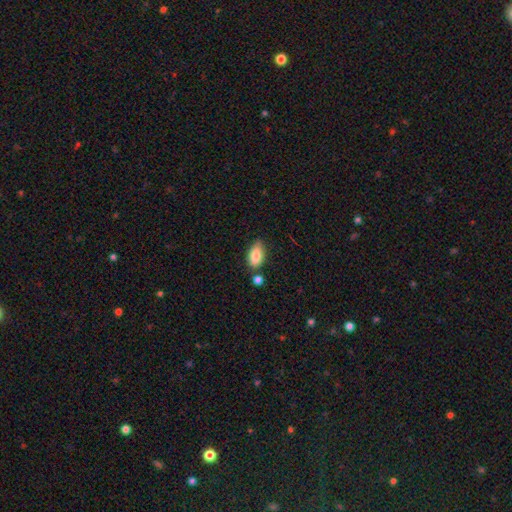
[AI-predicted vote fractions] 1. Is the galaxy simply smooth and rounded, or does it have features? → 84% smooth, 9% featured or disk, 7% star or artifact.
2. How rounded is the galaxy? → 90% in between, 5% round, 4% cigar-shaped.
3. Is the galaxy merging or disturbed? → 64% none, 21% minor disturbance, 10% merger, 4% major disturbance.